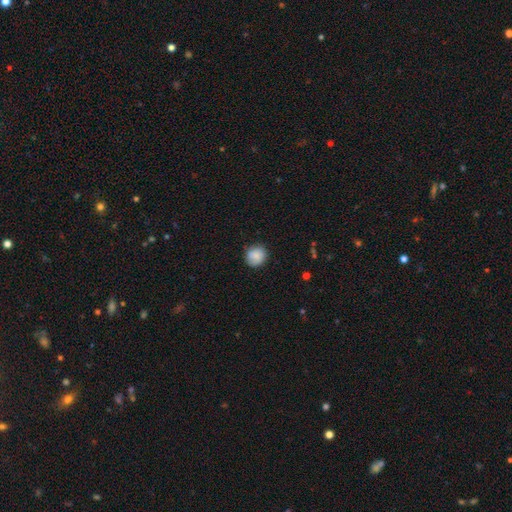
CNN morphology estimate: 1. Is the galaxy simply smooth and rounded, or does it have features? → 84% smooth, 8% featured or disk, 8% star or artifact.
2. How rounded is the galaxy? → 85% round, 14% in between, 1% cigar-shaped.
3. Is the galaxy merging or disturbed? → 83% none, 13% minor disturbance, 3% major disturbance, 1% merger.